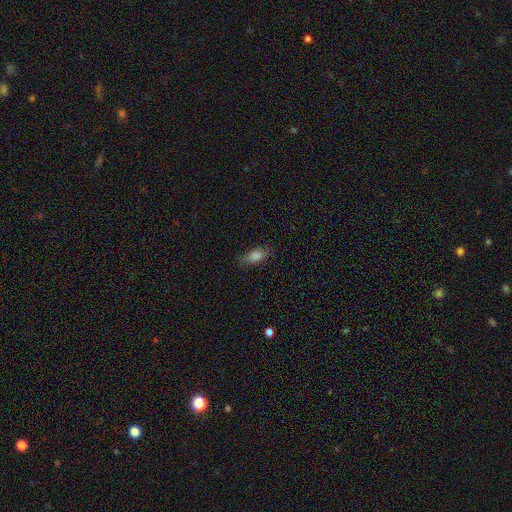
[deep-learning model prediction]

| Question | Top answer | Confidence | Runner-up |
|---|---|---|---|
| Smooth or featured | smooth | 80% | featured or disk (11%) |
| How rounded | in between | 81% | cigar-shaped (15%) |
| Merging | none | 82% | minor disturbance (14%) |